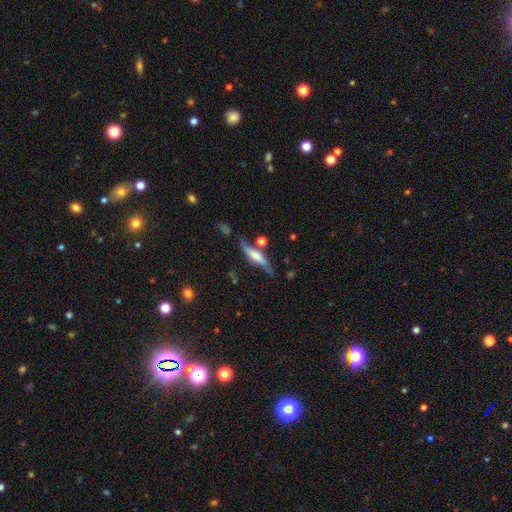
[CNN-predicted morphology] A featured or disk galaxy (54%) viewed edge-on (78%). Merging: none (61%).